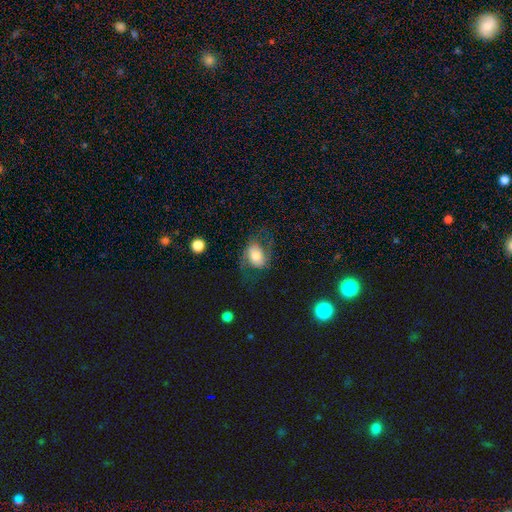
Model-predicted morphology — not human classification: Overall: smooth (55%; featured or disk 36%). How rounded: in between (66%; round 33%). Merging: none (56%; major disturbance 22%).